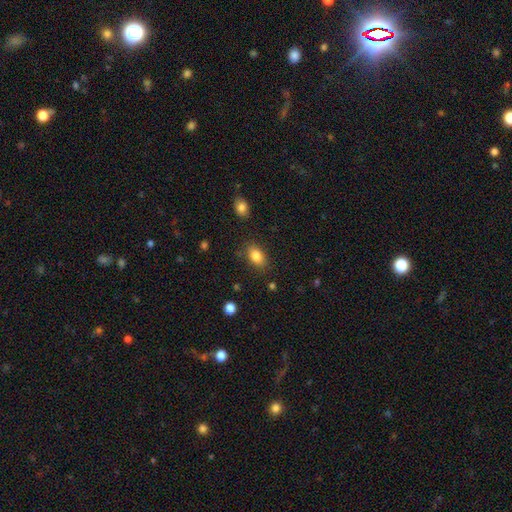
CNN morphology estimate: This is clearly a smooth galaxy (84%). How rounded: clearly in between (87%). Merging: clearly none (83%).